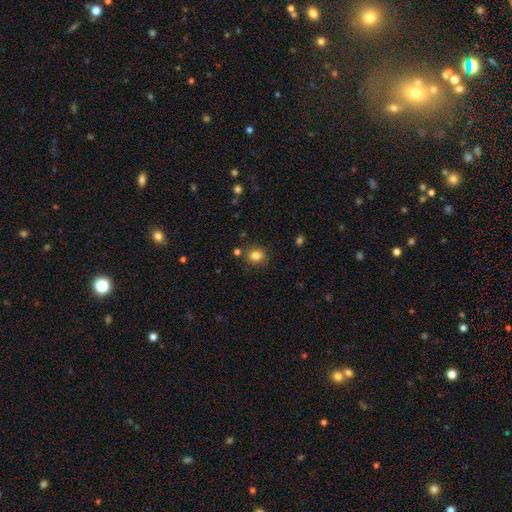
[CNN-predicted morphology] smooth 83%, star or artifact 11%, featured or disk 6%. Down the decision tree: how rounded — round (66%); merging — none (83%).